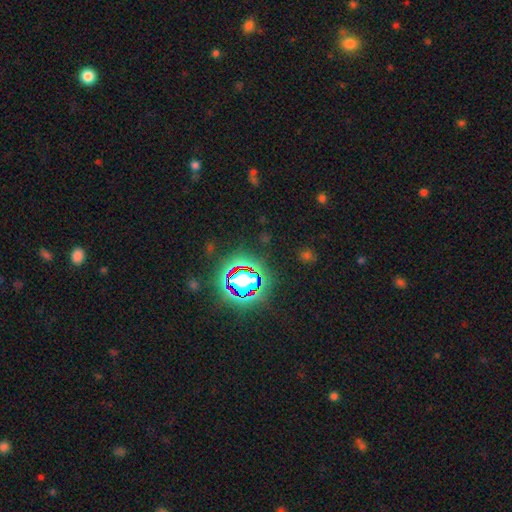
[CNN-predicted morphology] star or artifact 79%, smooth 13%, featured or disk 8%.